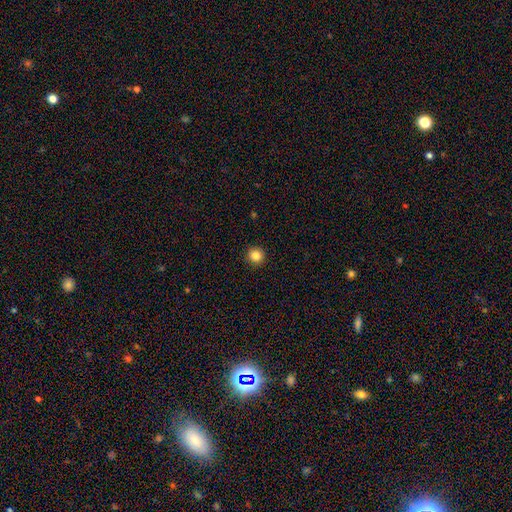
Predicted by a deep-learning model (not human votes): Smooth or featured? Predicted: smooth (p=0.85). How rounded? Predicted: round (p=0.94). Merging? Predicted: none (p=0.93).